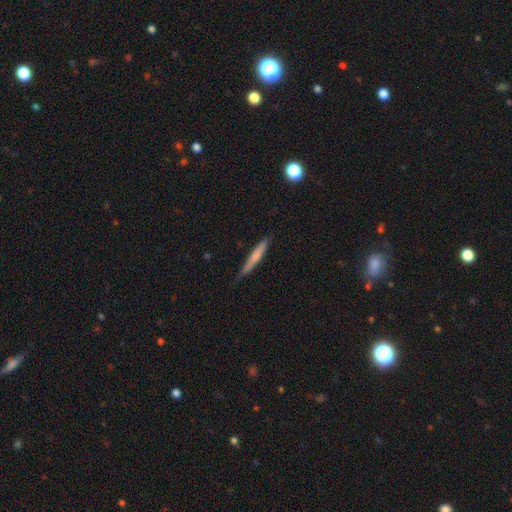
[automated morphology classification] A smooth galaxy with no disk features (61%) that is cigar-shaped (95%).

Vote fractions:
- Smooth or featured? smooth: 61% / featured or disk: 33% / star or artifact: 6%
- How rounded? cigar-shaped: 95% / in between: 4% / round: 1%
- Merging? none: 81% / minor disturbance: 15% / major disturbance: 2% / merger: 1%